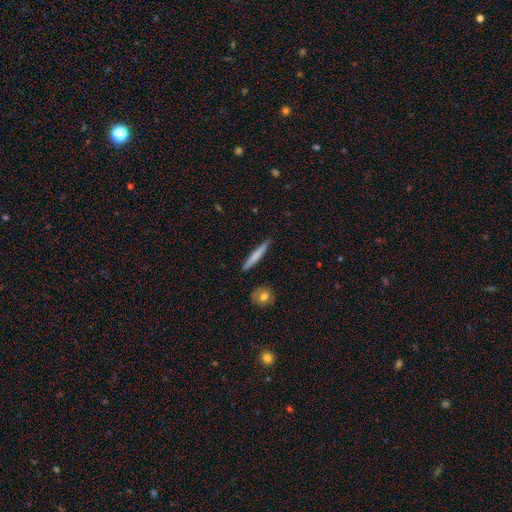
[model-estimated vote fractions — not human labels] smooth 68%, featured or disk 27%, star or artifact 5%. Down the decision tree: how rounded — cigar-shaped (95%); merging — none (89%).